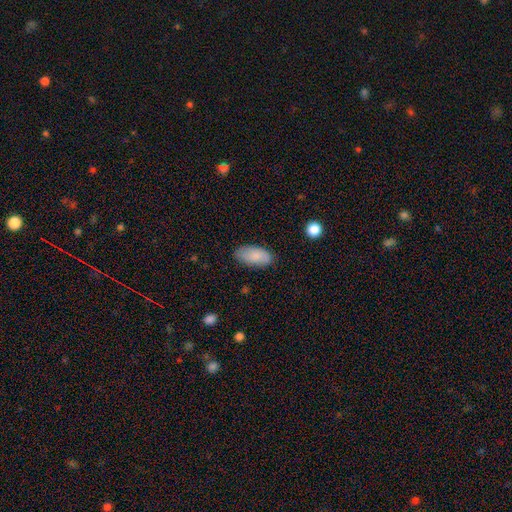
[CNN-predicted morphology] Overall: smooth (83%). How rounded: in between (93%). Merging: none (80%).